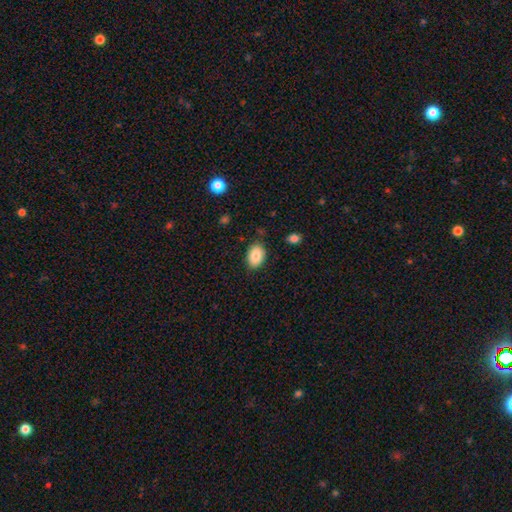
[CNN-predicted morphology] Q: Smooth or featured?
A: smooth (86%); runner-up: star or artifact (7%)
Q: How rounded?
A: in between (85%); runner-up: round (14%)
Q: Merging?
A: none (83%); runner-up: minor disturbance (12%)